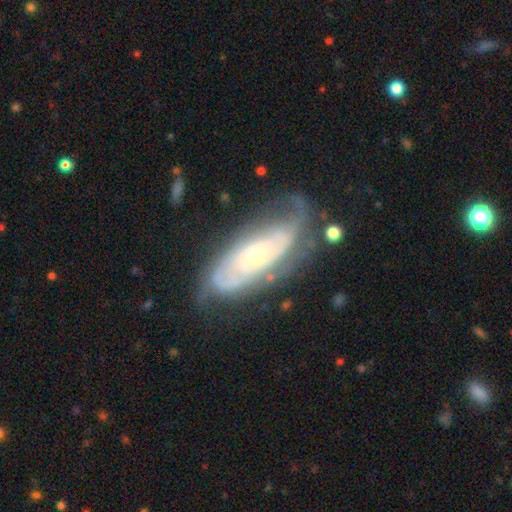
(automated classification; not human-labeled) Smooth or featured? Predicted: featured or disk (p=0.78). Edge-on disk? Predicted: no (p=0.89). Bar? Predicted: no (p=0.78). Spiral arms? Predicted: yes (p=0.85). Spiral winding? Predicted: tight (p=0.65). Spiral arm count? Predicted: can't tell (p=0.51). Bulge size? Predicted: small (p=0.64). Merging? Predicted: none (p=0.56).